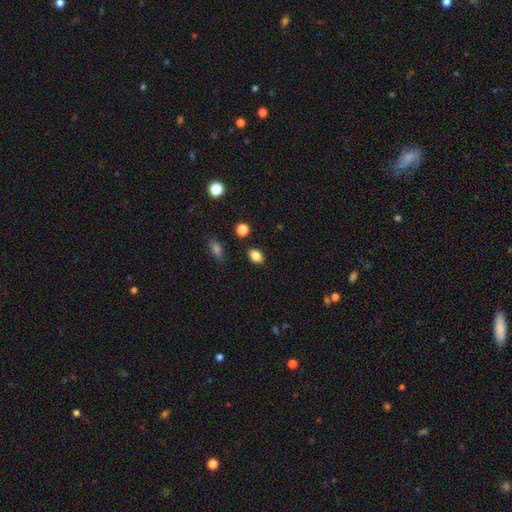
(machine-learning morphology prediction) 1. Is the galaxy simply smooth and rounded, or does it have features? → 84% smooth, 10% star or artifact, 5% featured or disk.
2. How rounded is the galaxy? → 77% in between, 22% round, 2% cigar-shaped.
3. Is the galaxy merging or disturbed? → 86% none, 9% minor disturbance, 2% merger, 2% major disturbance.